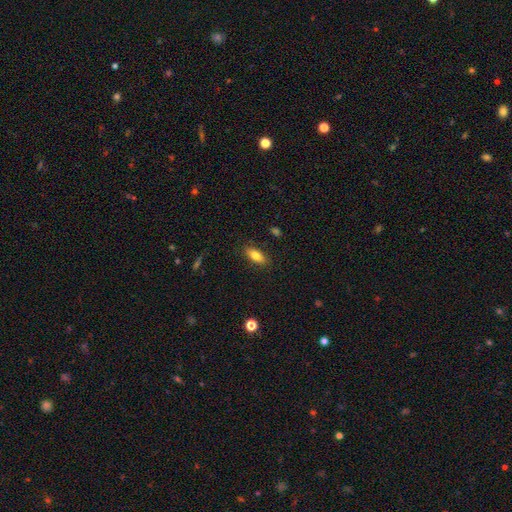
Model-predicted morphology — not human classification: Smooth or featured? Predicted: smooth (p=0.80). How rounded? Predicted: in between (p=0.79). Merging? Predicted: none (p=0.87).